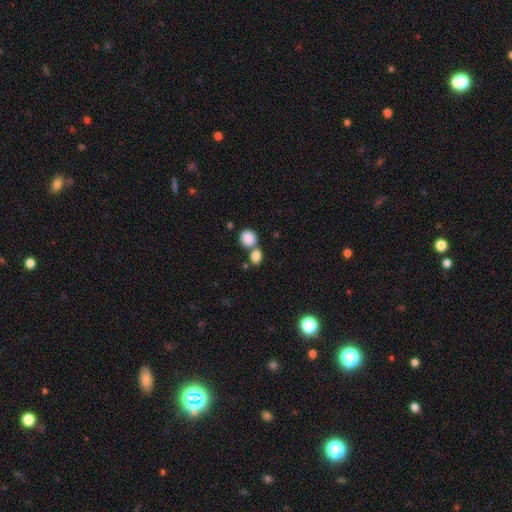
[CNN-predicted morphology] Overall: smooth (85%). How rounded: round (61%; in between 38%). Merging: merger (45%; none 44%).